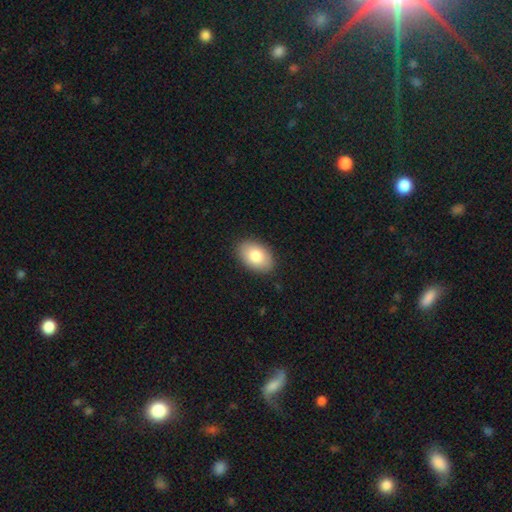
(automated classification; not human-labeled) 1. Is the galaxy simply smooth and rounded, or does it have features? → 82% smooth, 11% featured or disk, 6% star or artifact.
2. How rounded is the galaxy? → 91% in between, 8% round, 1% cigar-shaped.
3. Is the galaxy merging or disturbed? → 88% none, 9% minor disturbance, 2% major disturbance, 1% merger.